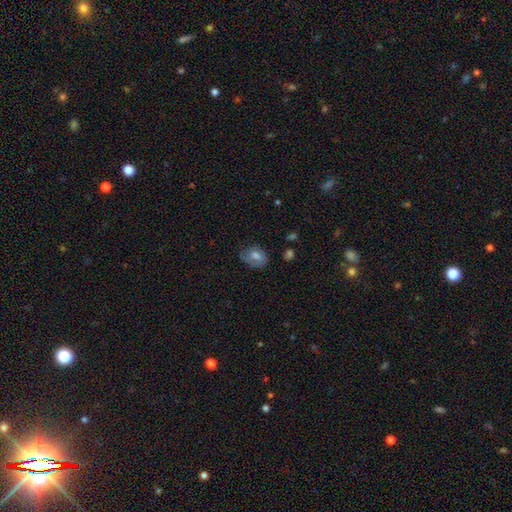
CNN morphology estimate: type=smooth (62%); roundness=in between (68%); merging=none (61%).